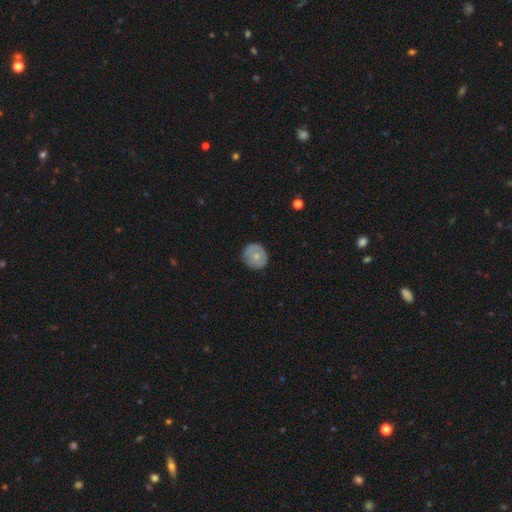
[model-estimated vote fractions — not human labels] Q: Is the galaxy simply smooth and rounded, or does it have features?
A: smooth — 63%.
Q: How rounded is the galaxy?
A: round — 88%.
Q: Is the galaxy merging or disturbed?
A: none — 83%.